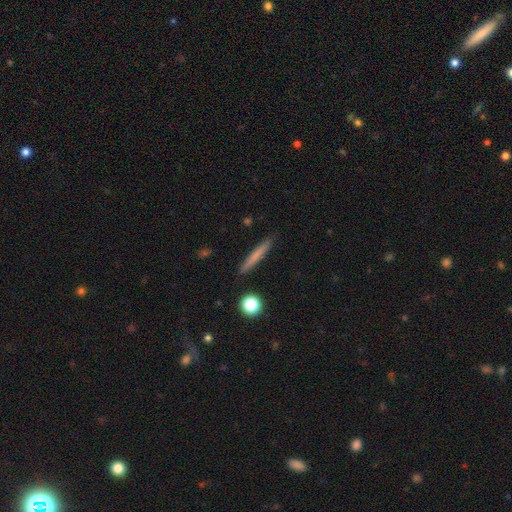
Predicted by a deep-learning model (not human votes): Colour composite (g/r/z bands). It shows a smooth galaxy with no disk features (67%) that is cigar-shaped (95%). Merging: none (90%).